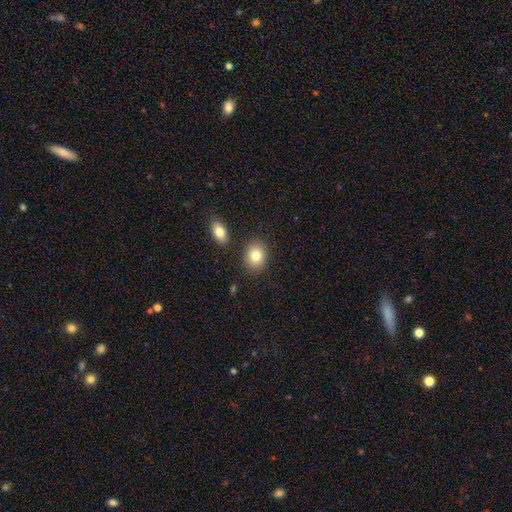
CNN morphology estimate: smooth 81%, featured or disk 10%, star or artifact 9%. Down the decision tree: how rounded — round (52%); merging — none (83%).